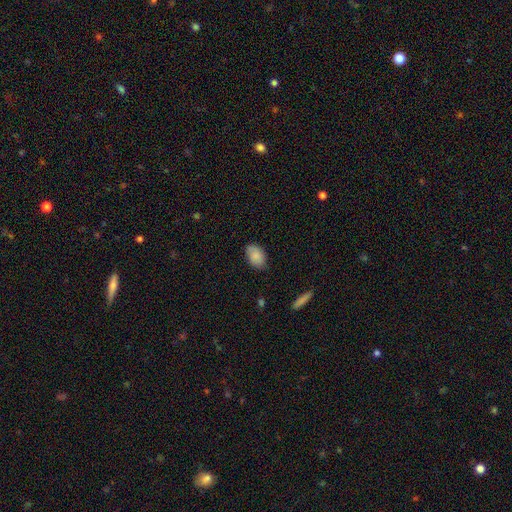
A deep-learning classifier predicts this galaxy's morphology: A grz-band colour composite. It shows a smooth galaxy with no disk features (83%) that is in between round and cigar-shaped (88%). Merging: none (76%).